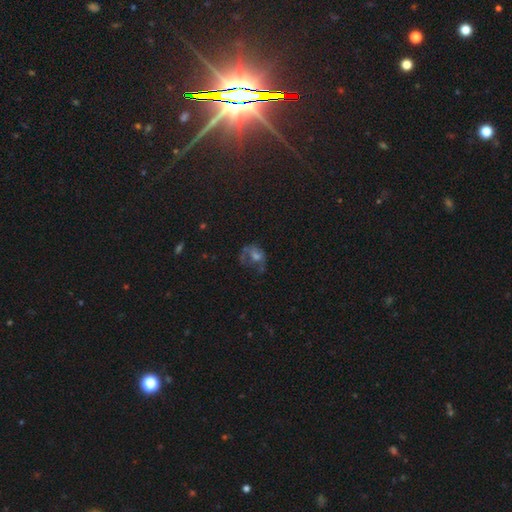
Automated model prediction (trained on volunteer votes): smooth_or_featured: featured or disk (p=0.46) [alt: smooth p=0.30]
merging: major disturbance (p=0.38) [alt: none p=0.37]